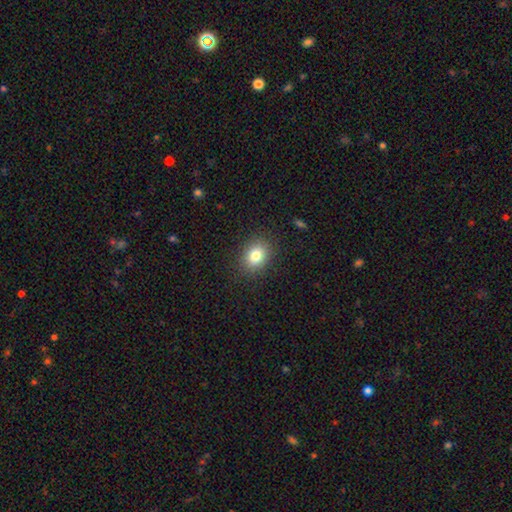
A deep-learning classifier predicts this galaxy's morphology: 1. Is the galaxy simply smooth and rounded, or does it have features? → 81% smooth, 11% star or artifact, 8% featured or disk.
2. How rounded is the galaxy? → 54% in between, 45% round, 1% cigar-shaped.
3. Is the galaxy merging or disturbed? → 87% none, 9% minor disturbance, 3% major disturbance, 1% merger.